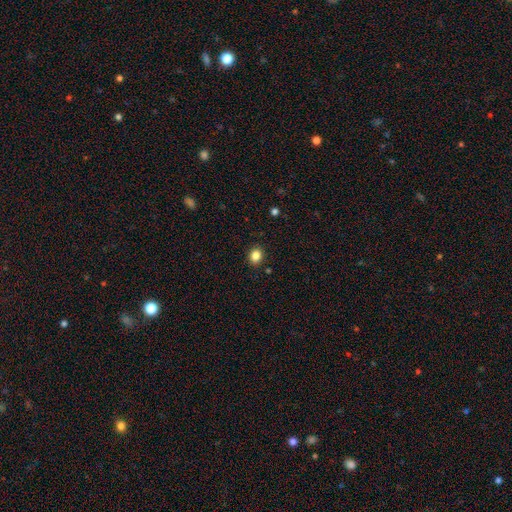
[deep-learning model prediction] smooth-or-featured: smooth: 85% | star or artifact: 11% | featured or disk: 5%
  how-rounded: round: 62% | in between: 37% | cigar-shaped: 1%
  merging: none: 90% | minor disturbance: 7% | major disturbance: 2% | merger: 1%